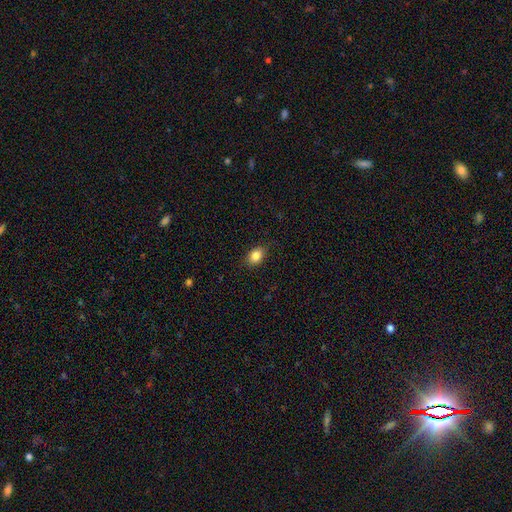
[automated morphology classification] A smooth galaxy with no disk features (85%) that is in between round and cigar-shaped (77%).

Vote fractions:
- Smooth or featured? smooth: 85% / star or artifact: 9% / featured or disk: 6%
- How rounded? in between: 77% / round: 22% / cigar-shaped: 1%
- Merging? none: 83% / minor disturbance: 13% / major disturbance: 3% / merger: 1%